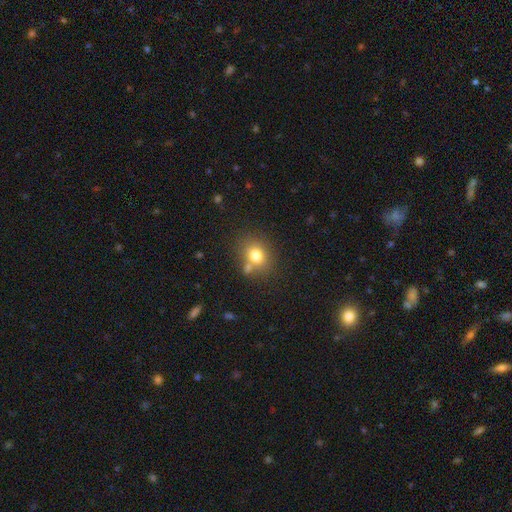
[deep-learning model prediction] Smooth or featured? Predicted: smooth (p=0.78). How rounded? Predicted: round (p=0.58). Merging? Predicted: none (p=0.66).